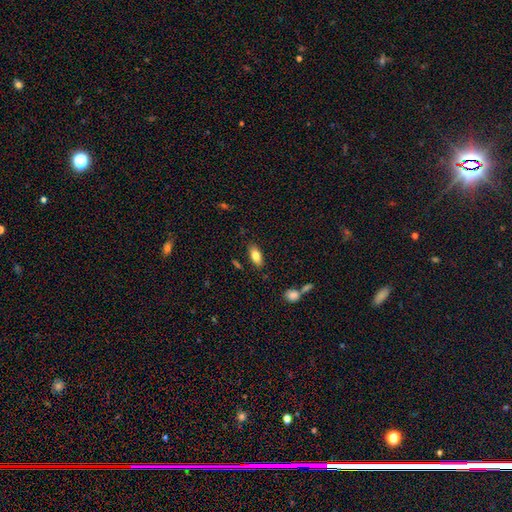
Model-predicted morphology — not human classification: Smooth or featured? smooth (78%)
How rounded? in between (86%)
Merging? none (84%)